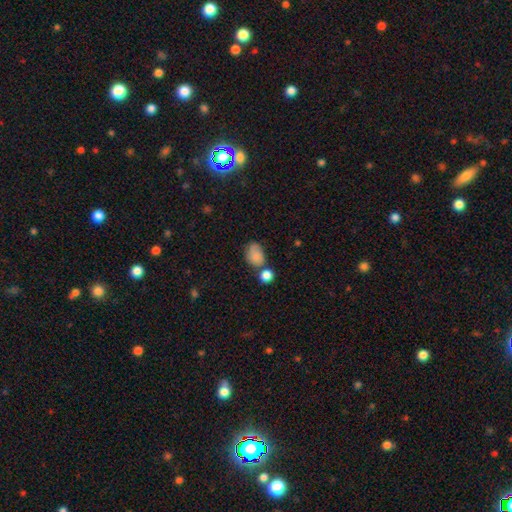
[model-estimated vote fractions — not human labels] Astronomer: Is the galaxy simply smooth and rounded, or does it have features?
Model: smooth — 79%.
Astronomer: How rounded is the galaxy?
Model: in between — 67%.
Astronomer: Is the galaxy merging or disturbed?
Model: none — 44% (runner-up: minor disturbance, 25%).